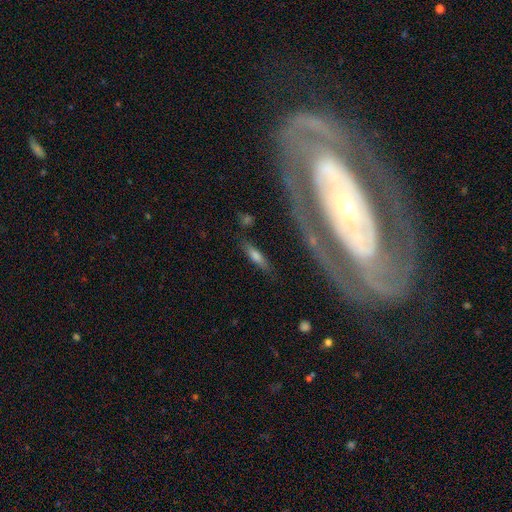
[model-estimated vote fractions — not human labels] Smooth or featured? Predicted: smooth (p=0.56). How rounded? Predicted: cigar-shaped (p=0.60). Merging? Predicted: none (p=0.77).